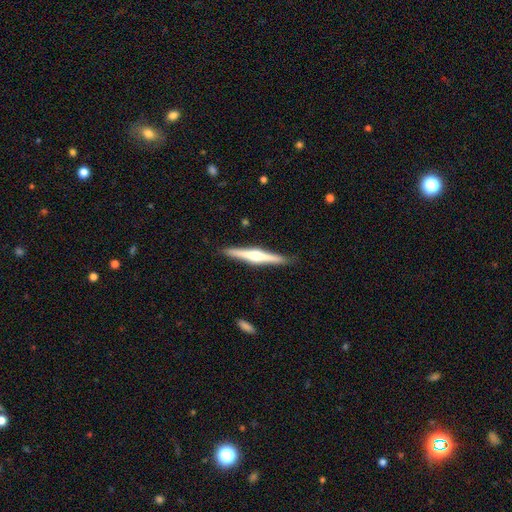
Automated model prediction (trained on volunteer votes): Q: Smooth or featured?
A: featured or disk (72%); runner-up: smooth (23%)
Q: Edge-on disk?
A: yes (98%); runner-up: no (2%)
Q: Edge-on bulge?
A: rounded (88%); runner-up: boxy (6%)
Q: Merging?
A: none (90%); runner-up: minor disturbance (7%)